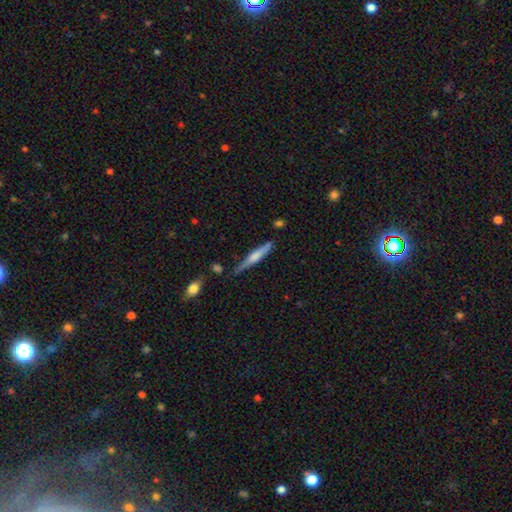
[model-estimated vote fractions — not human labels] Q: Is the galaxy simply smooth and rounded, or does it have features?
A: smooth — 47%, tied with featured or disk.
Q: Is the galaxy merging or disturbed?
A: none — 68%.